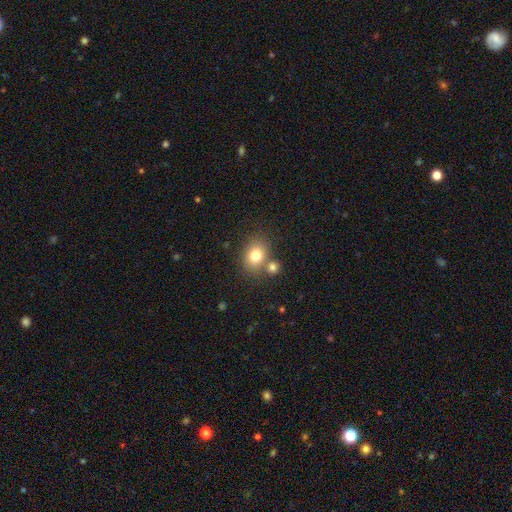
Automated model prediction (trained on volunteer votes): This appears to be a smooth galaxy with no disk features (77%) that is in between round and cigar-shaped (53%). Merging: none (63%).